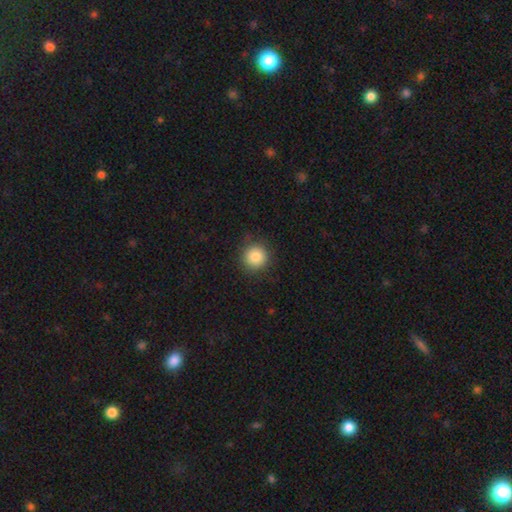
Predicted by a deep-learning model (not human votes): This appears to be a smooth galaxy with no disk features (84%) that is round (94%). Merging: none (86%).